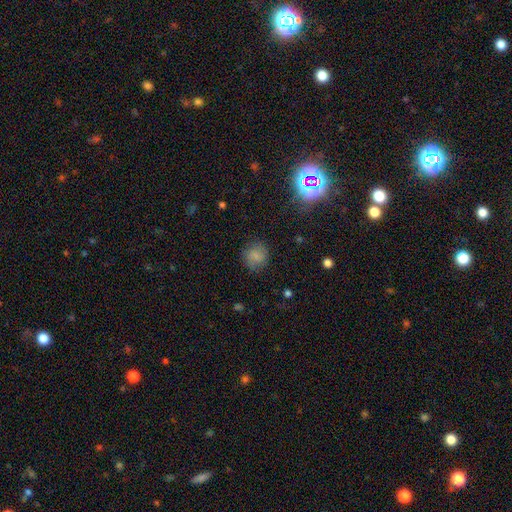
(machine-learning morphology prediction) This is likely a smooth galaxy (74%). How rounded: clearly round (82%). Merging: likely none (77%).